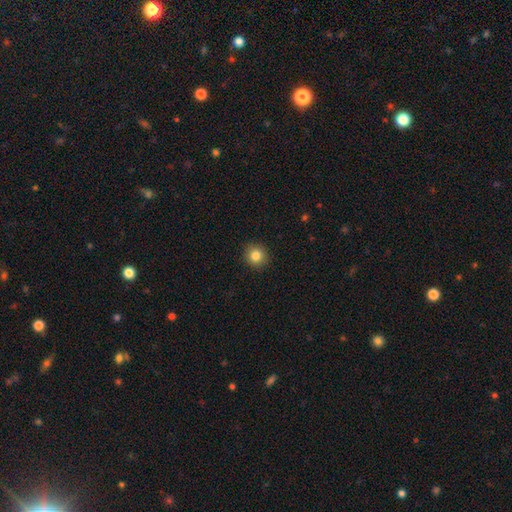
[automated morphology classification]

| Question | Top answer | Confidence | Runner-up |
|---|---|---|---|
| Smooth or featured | smooth | 83% | star or artifact (11%) |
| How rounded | round | 91% | in between (8%) |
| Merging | none | 92% | minor disturbance (5%) |